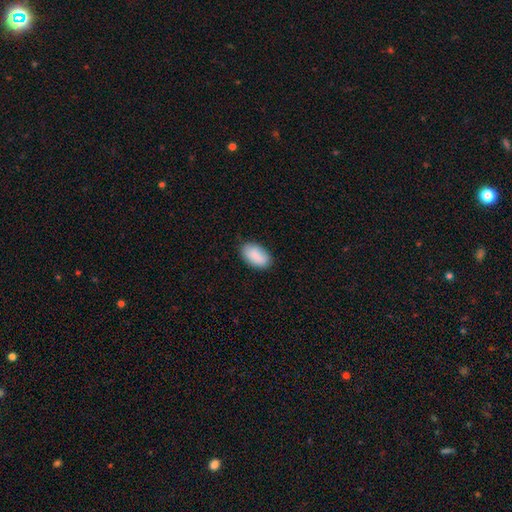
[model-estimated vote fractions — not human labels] A smooth galaxy with no disk features (89%) that is in between round and cigar-shaped (95%).

Vote fractions:
- Smooth or featured? smooth: 89% / star or artifact: 6% / featured or disk: 5%
- How rounded? in between: 95% / round: 4% / cigar-shaped: 2%
- Merging? none: 83% / minor disturbance: 13% / major disturbance: 2% / merger: 1%